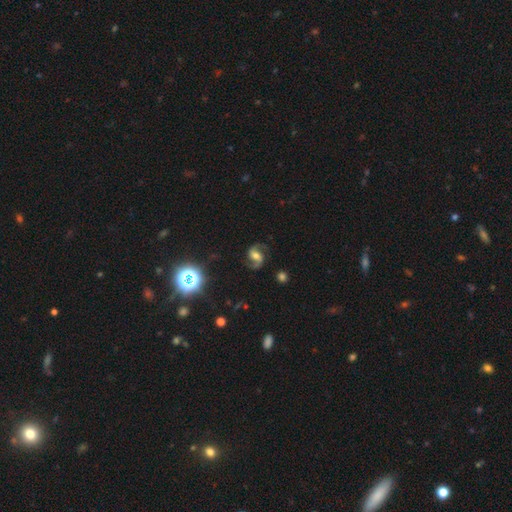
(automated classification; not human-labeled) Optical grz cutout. It shows a featured or disk galaxy (84%) with a weak bar (44%), 2 (93%) medium (50%) spiral arms (97%) and a moderate central bulge (56%). Merging: none (81%).